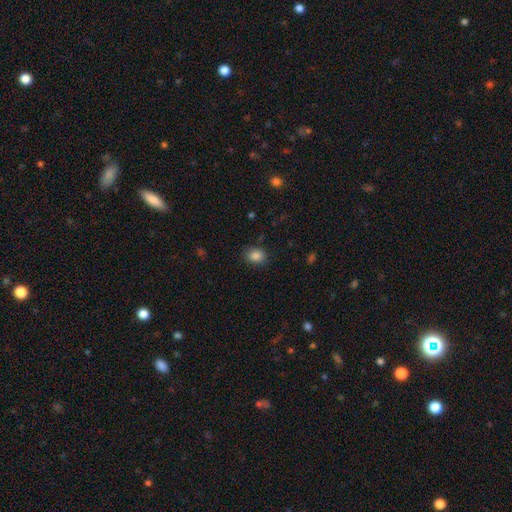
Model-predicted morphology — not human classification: A smooth galaxy with no disk features (86%) that is in between round and cigar-shaped (55%).

Vote fractions:
- Smooth or featured? smooth: 86% / star or artifact: 10% / featured or disk: 4%
- How rounded? in between: 55% / round: 44% / cigar-shaped: 1%
- Merging? none: 83% / minor disturbance: 12% / major disturbance: 3% / merger: 1%